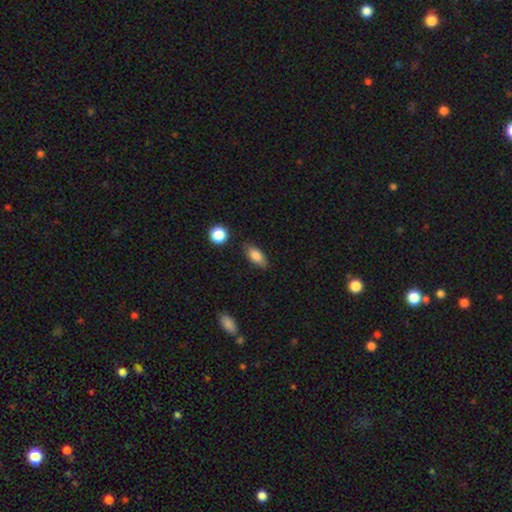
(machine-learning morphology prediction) smooth-or-featured: smooth: 83% | featured or disk: 9% | star or artifact: 8%
  how-rounded: in between: 84% | cigar-shaped: 11% | round: 5%
  merging: none: 81% | minor disturbance: 14% | major disturbance: 3% | merger: 3%